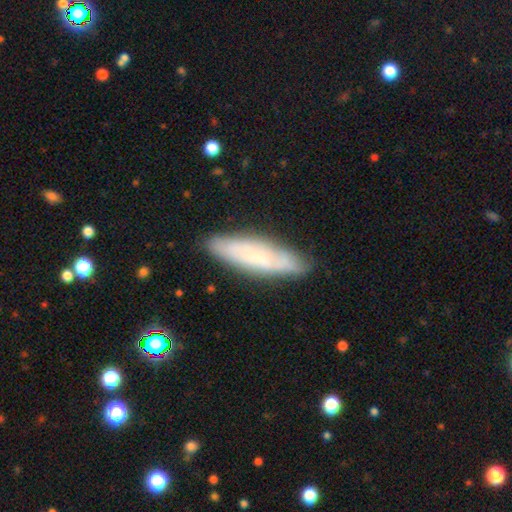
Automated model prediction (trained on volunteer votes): This is likely a smooth galaxy (62%). How rounded: likely cigar-shaped (66%). Merging: clearly none (82%).